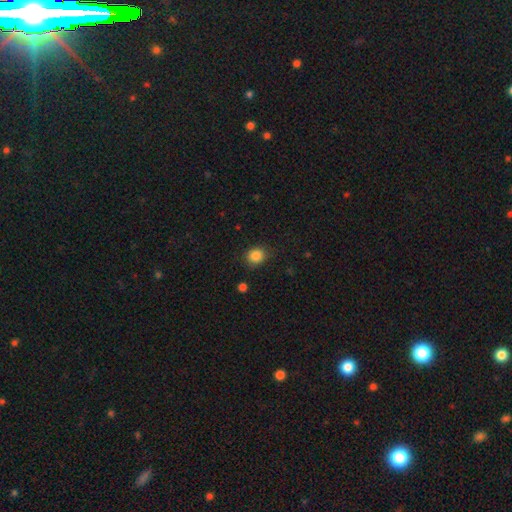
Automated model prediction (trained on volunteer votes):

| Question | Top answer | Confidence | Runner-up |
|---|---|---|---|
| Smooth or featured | smooth | 85% | star or artifact (10%) |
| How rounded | round | 72% | in between (27%) |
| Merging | none | 85% | minor disturbance (11%) |